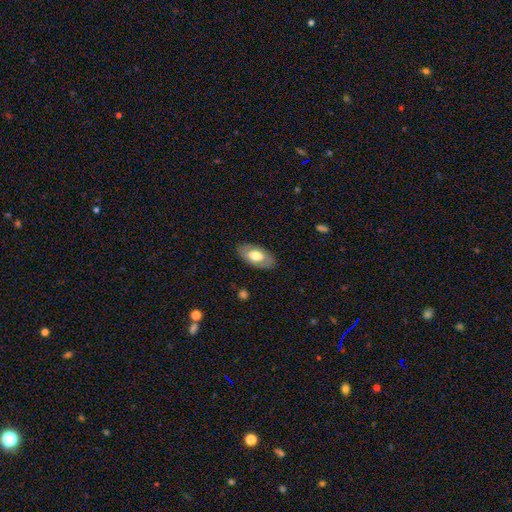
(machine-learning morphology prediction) A smooth galaxy with no disk features (55%) that is in between round and cigar-shaped (93%).

Vote fractions:
- Smooth or featured? smooth: 55% / featured or disk: 39% / star or artifact: 6%
- How rounded? in between: 93% / round: 4% / cigar-shaped: 3%
- Merging? none: 83% / minor disturbance: 13% / major disturbance: 3% / merger: 1%